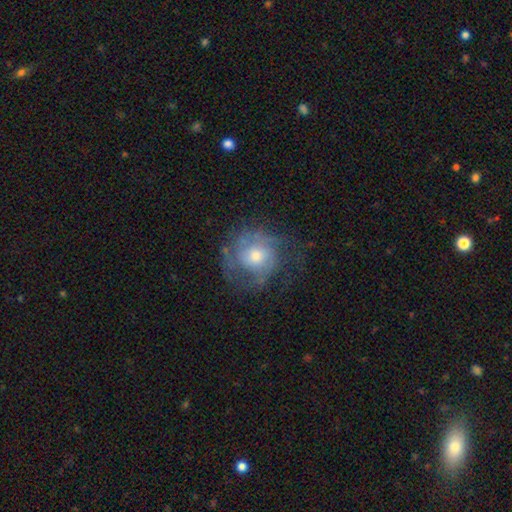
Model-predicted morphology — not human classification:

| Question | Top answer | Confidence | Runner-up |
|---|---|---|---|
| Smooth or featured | featured or disk | 63% | smooth (29%) |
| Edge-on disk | no | 97% | yes (3%) |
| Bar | no | 80% | weak (17%) |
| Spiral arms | yes | 76% | no (24%) |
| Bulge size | moderate | 64% | small (24%) |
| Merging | none | 56% | minor disturbance (22%) |